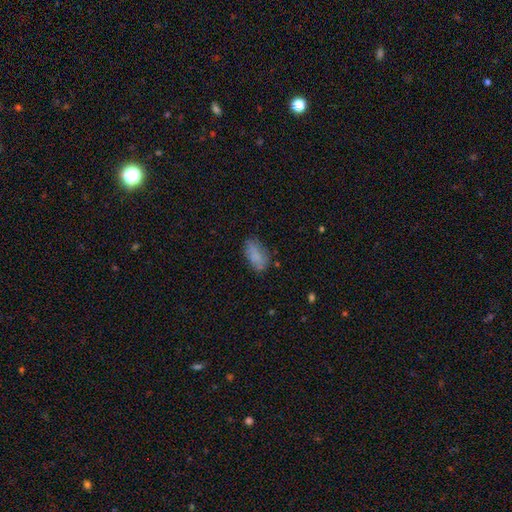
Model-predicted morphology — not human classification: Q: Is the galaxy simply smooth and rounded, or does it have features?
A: smooth — 79%.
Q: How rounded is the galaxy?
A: in between — 89%.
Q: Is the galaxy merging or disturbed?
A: none — 68%.